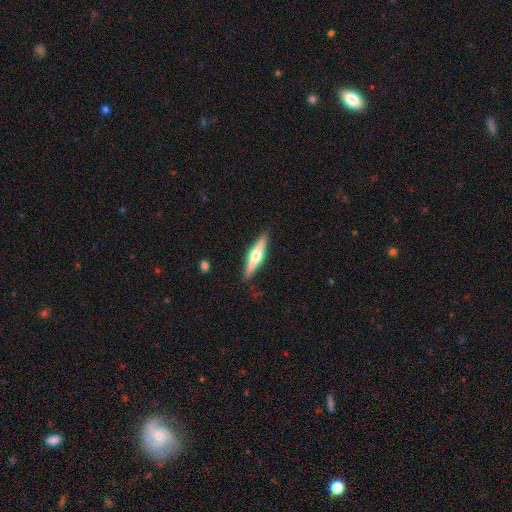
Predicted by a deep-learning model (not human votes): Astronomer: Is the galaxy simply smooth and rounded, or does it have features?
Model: featured or disk — 66%.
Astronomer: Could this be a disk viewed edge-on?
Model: yes — 97%.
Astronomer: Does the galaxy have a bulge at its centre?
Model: rounded — 94%.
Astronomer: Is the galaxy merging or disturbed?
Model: none — 89%.